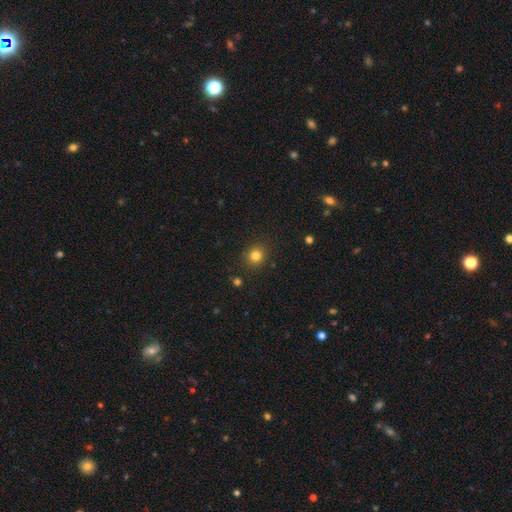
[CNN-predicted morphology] Smooth or featured?
  - smooth: 81% *
  - star or artifact: 13%
  - featured or disk: 5%
How rounded?
  - round: 84% *
  - in between: 15%
  - cigar-shaped: 1%
Merging?
  - none: 88% *
  - minor disturbance: 8%
  - major disturbance: 3%
  - merger: 2%